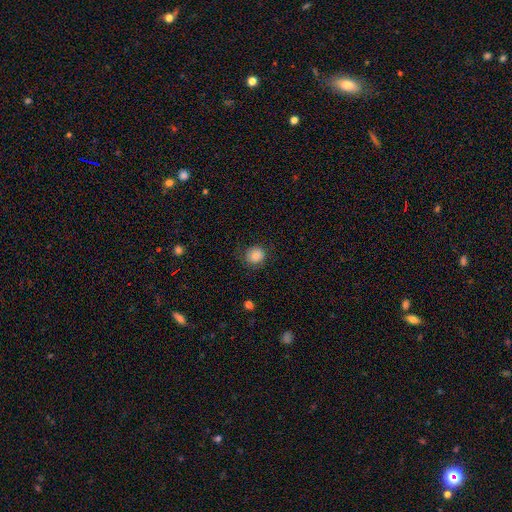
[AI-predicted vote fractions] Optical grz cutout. It shows a smooth galaxy with no disk features (83%) that is round (86%). Merging: none (78%).